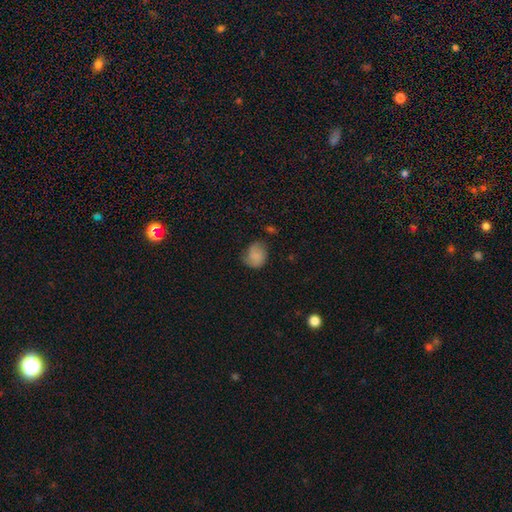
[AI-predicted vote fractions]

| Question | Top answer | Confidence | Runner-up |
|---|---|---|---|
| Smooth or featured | smooth | 74% | featured or disk (17%) |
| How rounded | round | 63% | in between (37%) |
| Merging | none | 54% | minor disturbance (32%) |